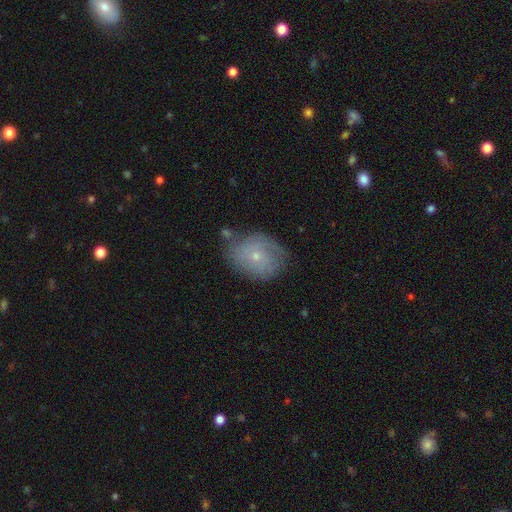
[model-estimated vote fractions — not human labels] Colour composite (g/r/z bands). It shows a featured or disk galaxy (47%). Merging: none (65%).